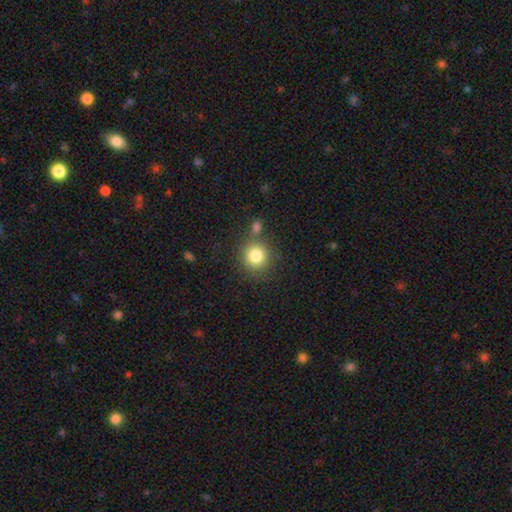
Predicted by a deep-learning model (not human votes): smooth-or-featured: smooth: 81% | star or artifact: 11% | featured or disk: 8%
  how-rounded: round: 89% | in between: 10% | cigar-shaped: 1%
  merging: none: 73% | merger: 13% | minor disturbance: 10% | major disturbance: 4%